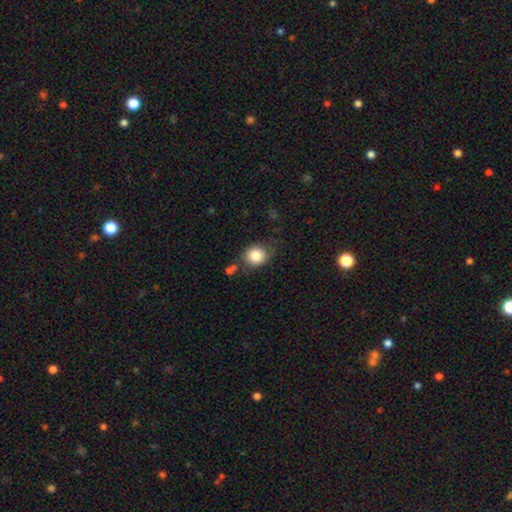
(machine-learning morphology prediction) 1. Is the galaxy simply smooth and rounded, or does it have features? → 83% smooth, 9% star or artifact, 8% featured or disk.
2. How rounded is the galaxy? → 75% round, 24% in between, 1% cigar-shaped.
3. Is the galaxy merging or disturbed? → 71% none, 18% minor disturbance, 6% major disturbance, 5% merger.